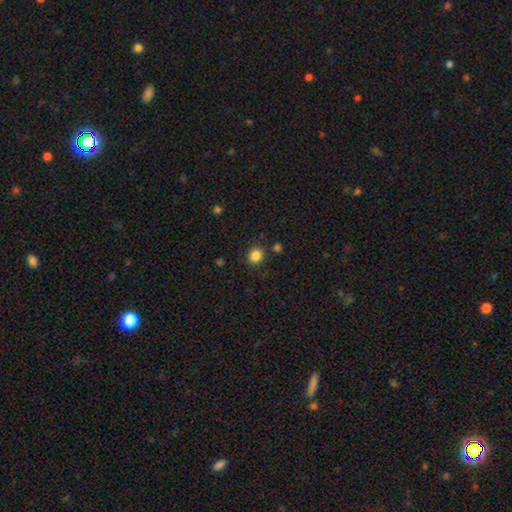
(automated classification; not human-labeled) A smooth galaxy with no disk features (85%) that is round (81%). Merging: none (85%).